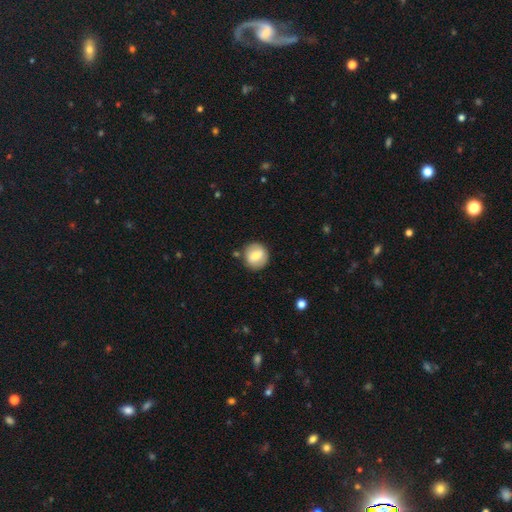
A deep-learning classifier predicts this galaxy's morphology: The model was most divided on "smooth or featured": smooth: 71%, featured or disk: 22%, star or artifact: 7%. More confident: how rounded — round (90%); merging — none (84%).